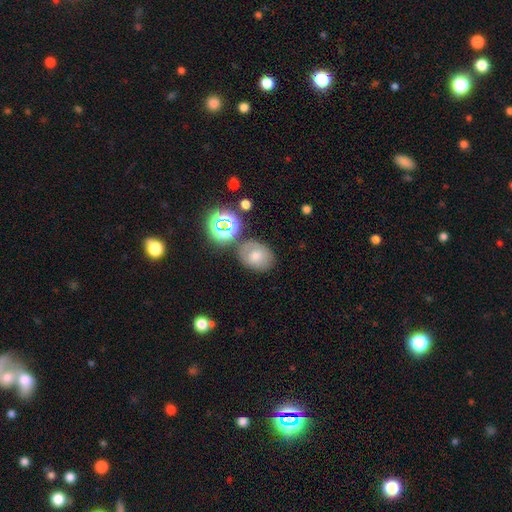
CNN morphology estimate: Smooth or featured? smooth (53%)
How rounded? round (54%)
Merging? none (73%)